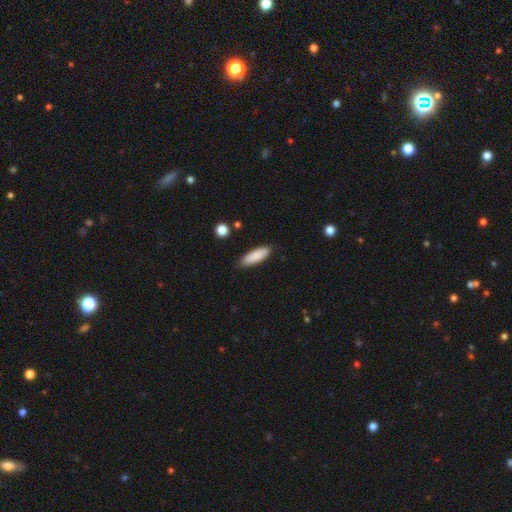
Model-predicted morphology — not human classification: This is clearly a smooth galaxy (87%). How rounded: possibly in between (50%). Merging: clearly none (86%).